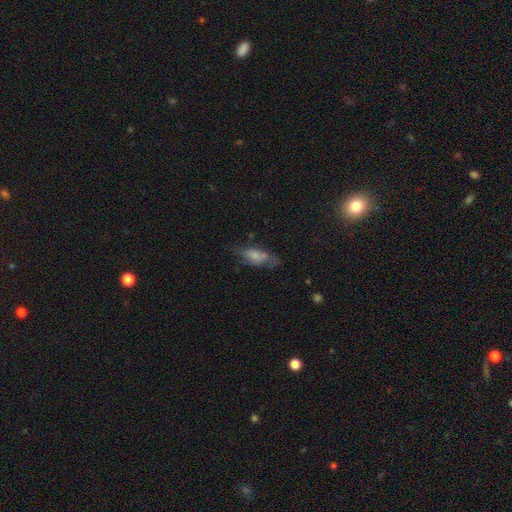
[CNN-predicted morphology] A smooth galaxy with no disk features (64%) that is in between round and cigar-shaped (74%). Merging: none (47%).